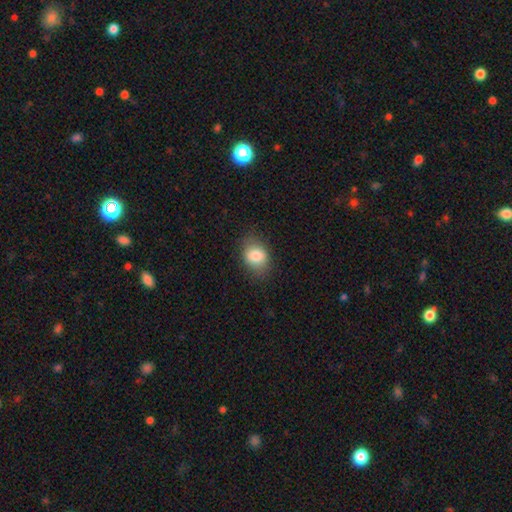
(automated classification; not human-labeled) smooth-or-featured: smooth: 82% | featured or disk: 10% | star or artifact: 8%
  how-rounded: in between: 59% | round: 40% | cigar-shaped: 1%
  merging: none: 79% | minor disturbance: 15% | major disturbance: 4% | merger: 1%